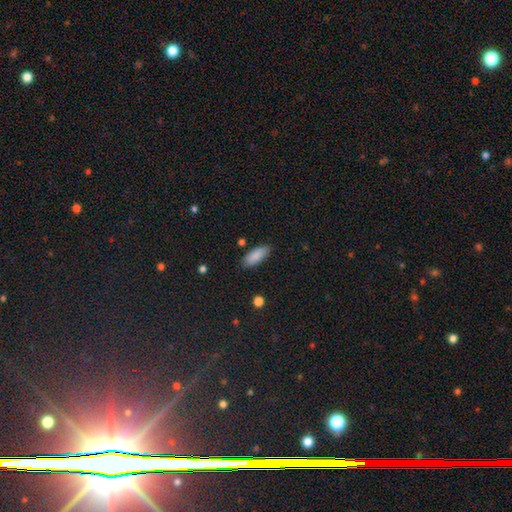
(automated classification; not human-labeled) Smooth or featured? smooth (88%)
How rounded? in between (76%)
Merging? none (85%)